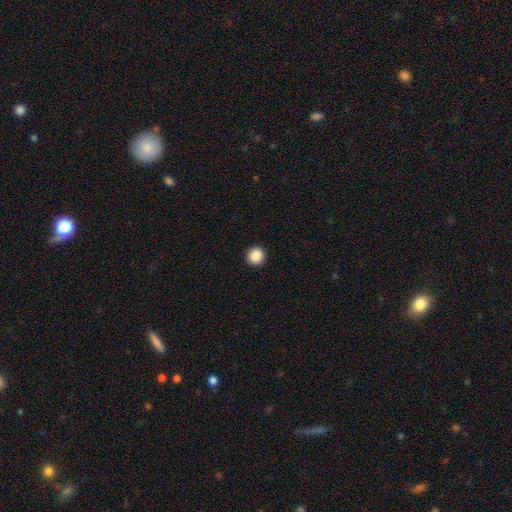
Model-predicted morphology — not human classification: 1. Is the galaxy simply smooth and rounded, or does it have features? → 88% smooth, 9% star or artifact, 3% featured or disk.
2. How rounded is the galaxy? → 94% round, 5% in between, 1% cigar-shaped.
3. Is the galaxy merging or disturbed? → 93% none, 4% minor disturbance, 2% major disturbance, 1% merger.